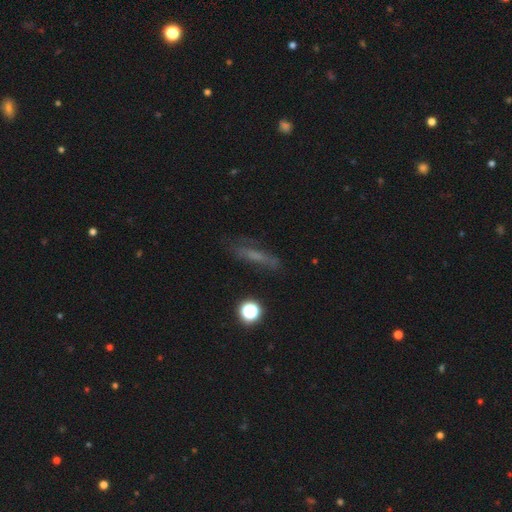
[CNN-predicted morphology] Q: Smooth or featured?
A: smooth (42%); runner-up: featured or disk (37%)
Q: Merging?
A: none (70%); runner-up: minor disturbance (19%)